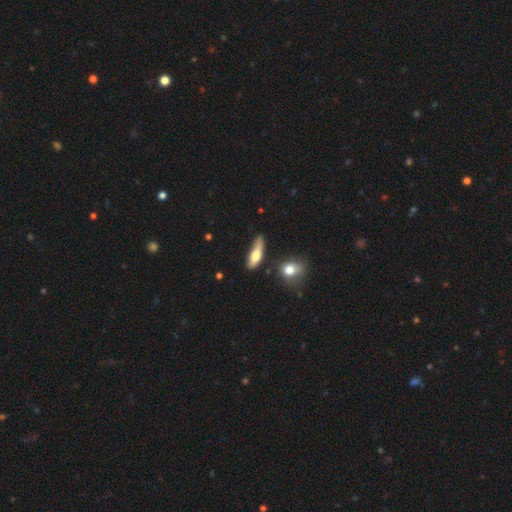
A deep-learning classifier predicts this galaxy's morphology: The model was most divided on "how rounded" (2-way tie): cigar-shaped: 48%, in between: 48%, round: 4%. Remaining: smooth or featured — smooth (70%); merging — none (46%).